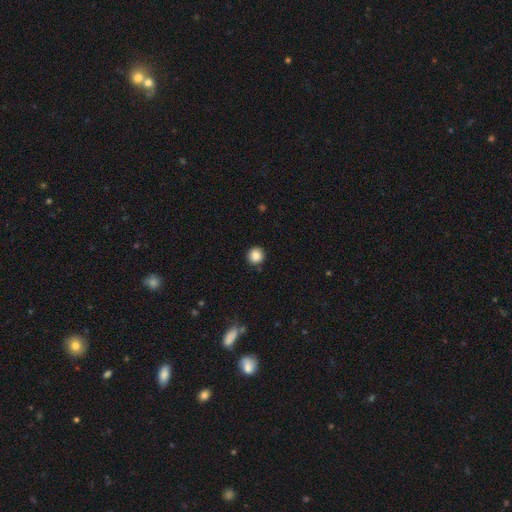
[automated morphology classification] A smooth galaxy with no disk features (86%) that is round (94%).

Vote fractions:
- Smooth or featured? smooth: 86% / star or artifact: 10% / featured or disk: 4%
- How rounded? round: 94% / in between: 5% / cigar-shaped: 1%
- Merging? none: 90% / minor disturbance: 7% / major disturbance: 2% / merger: 1%